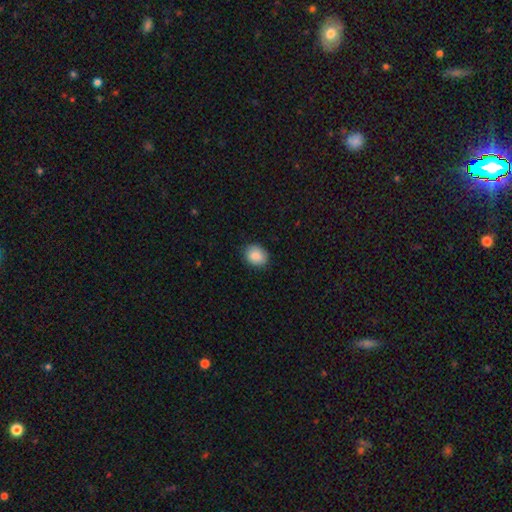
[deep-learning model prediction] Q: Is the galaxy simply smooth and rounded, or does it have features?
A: smooth — 87%.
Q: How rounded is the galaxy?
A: round — 52%.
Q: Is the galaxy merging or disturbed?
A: none — 87%.